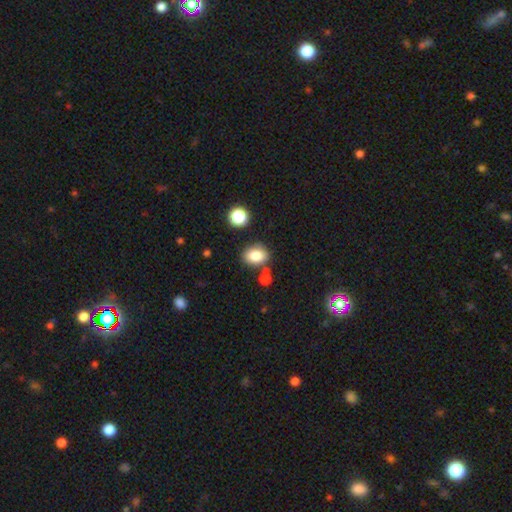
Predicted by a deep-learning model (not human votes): Smooth or featured? Predicted: smooth (p=0.82). How rounded? Predicted: in between (p=0.67). Merging? Predicted: none (p=0.73).